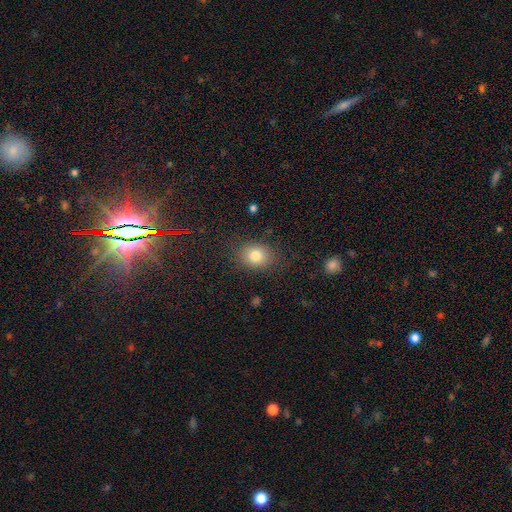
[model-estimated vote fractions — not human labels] Morphology: type=smooth (80%); roundness=round (51%); merging=none (83%).